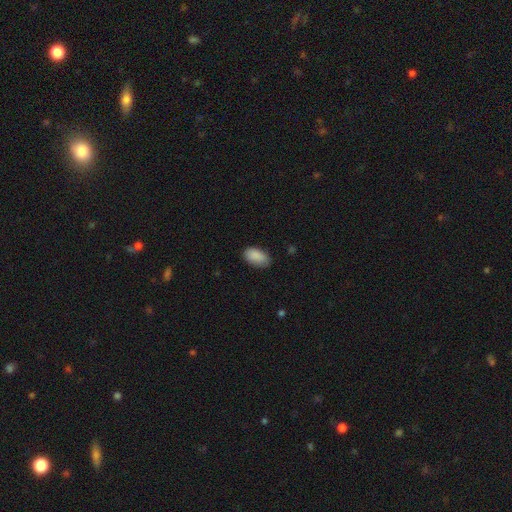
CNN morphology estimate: type=smooth (89%); roundness=in between (94%); merging=none (76%).